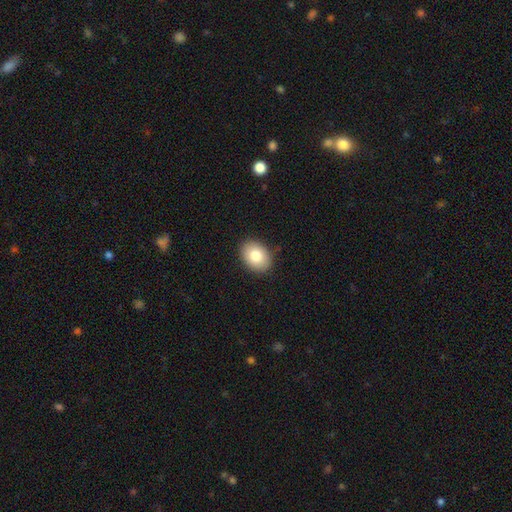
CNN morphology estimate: This is clearly a smooth galaxy (83%). How rounded: likely in between (71%). Merging: clearly none (88%).